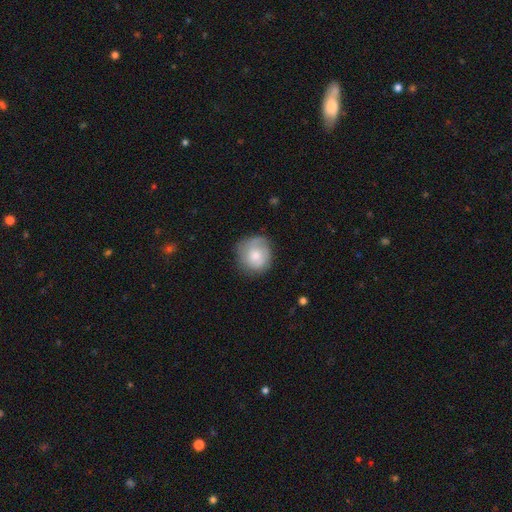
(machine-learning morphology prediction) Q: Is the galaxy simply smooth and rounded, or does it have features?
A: smooth — 67%.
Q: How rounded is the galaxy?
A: round — 88%.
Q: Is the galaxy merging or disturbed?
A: none — 68%.